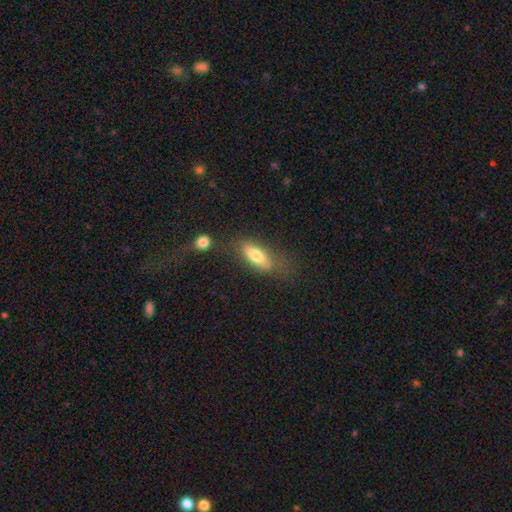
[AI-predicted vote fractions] A smooth galaxy with no disk features (73%) that is in between round and cigar-shaped (73%). Merging: none (61%).